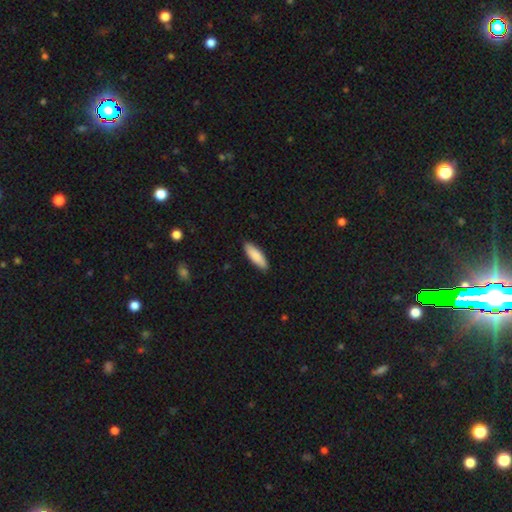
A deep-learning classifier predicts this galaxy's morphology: smooth_or_featured: smooth (p=0.88) [alt: featured or disk p=0.07]
how_rounded: in between (p=0.53) [alt: cigar-shaped p=0.46]
merging: none (p=0.89) [alt: minor disturbance p=0.08]